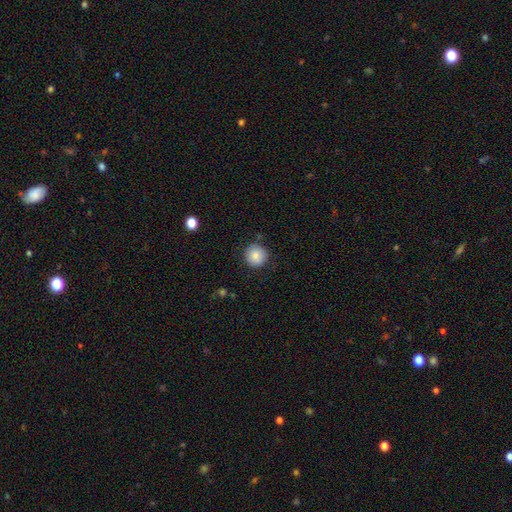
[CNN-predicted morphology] Smooth or featured? Predicted: smooth (p=0.83). How rounded? Predicted: round (p=0.95). Merging? Predicted: none (p=0.85).